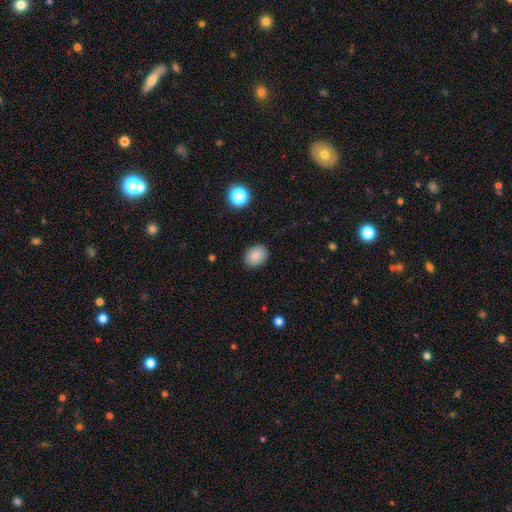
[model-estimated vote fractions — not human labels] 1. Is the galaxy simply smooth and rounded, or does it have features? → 87% smooth, 9% star or artifact, 4% featured or disk.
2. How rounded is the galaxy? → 58% in between, 41% round, 1% cigar-shaped.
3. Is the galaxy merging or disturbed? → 88% none, 9% minor disturbance, 2% major disturbance, 1% merger.